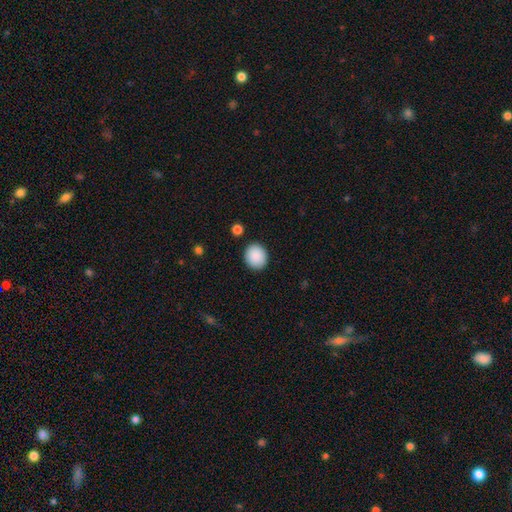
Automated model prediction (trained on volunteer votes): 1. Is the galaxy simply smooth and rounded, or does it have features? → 90% smooth, 7% star or artifact, 3% featured or disk.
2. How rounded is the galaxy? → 77% round, 22% in between, 1% cigar-shaped.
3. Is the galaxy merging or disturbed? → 90% none, 6% minor disturbance, 2% major disturbance, 2% merger.